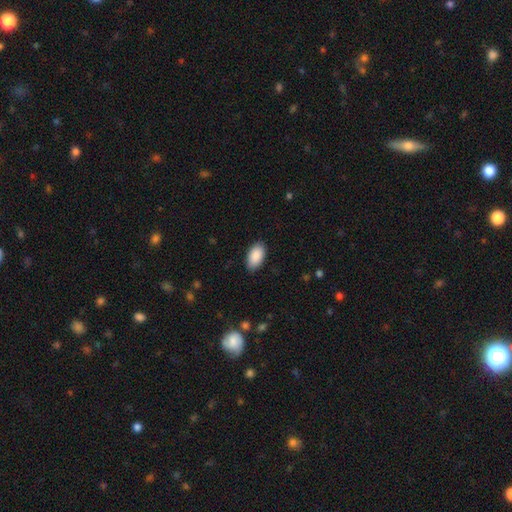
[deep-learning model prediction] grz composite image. It shows a smooth galaxy with no disk features (90%) that is in between round and cigar-shaped (96%). Merging: none (87%).